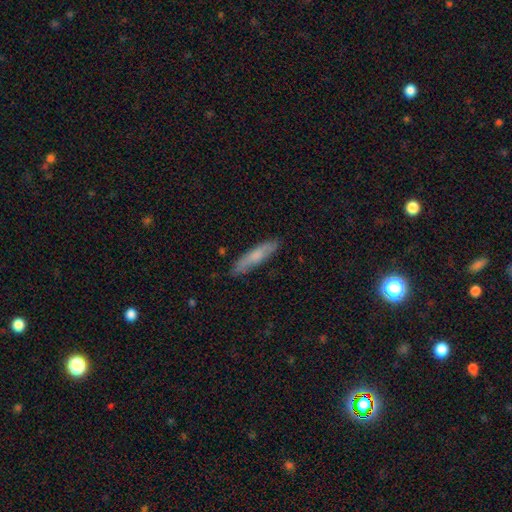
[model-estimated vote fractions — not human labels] Smooth or featured? smooth (68%)
How rounded? cigar-shaped (85%)
Merging? none (85%)